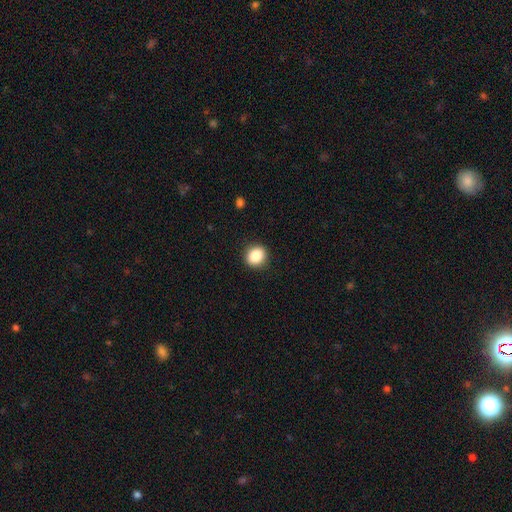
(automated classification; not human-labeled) Smooth or featured? Predicted: smooth (p=0.86). How rounded? Predicted: round (p=0.72). Merging? Predicted: none (p=0.90).